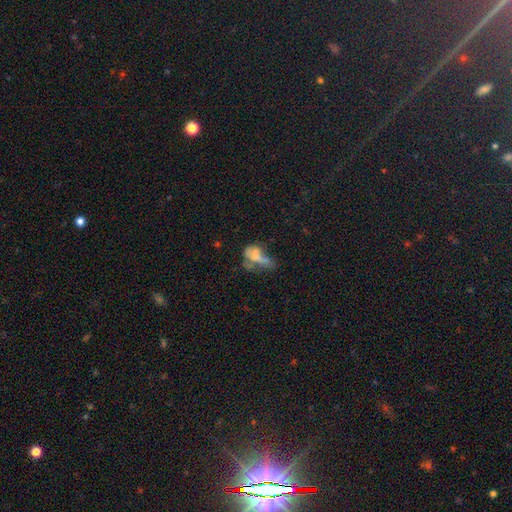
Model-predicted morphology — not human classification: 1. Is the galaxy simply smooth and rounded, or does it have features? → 46% smooth, 38% featured or disk, 16% star or artifact.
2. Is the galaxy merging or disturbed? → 41% major disturbance, 25% merger, 19% none, 15% minor disturbance.